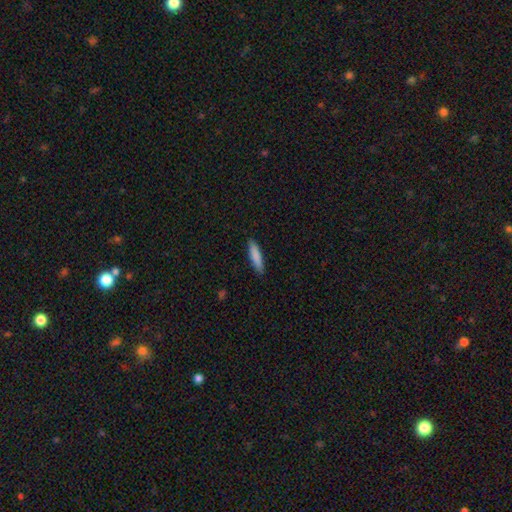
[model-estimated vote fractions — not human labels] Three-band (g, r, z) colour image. It shows a smooth galaxy with no disk features (85%) that is cigar-shaped (79%). Merging: none (89%).